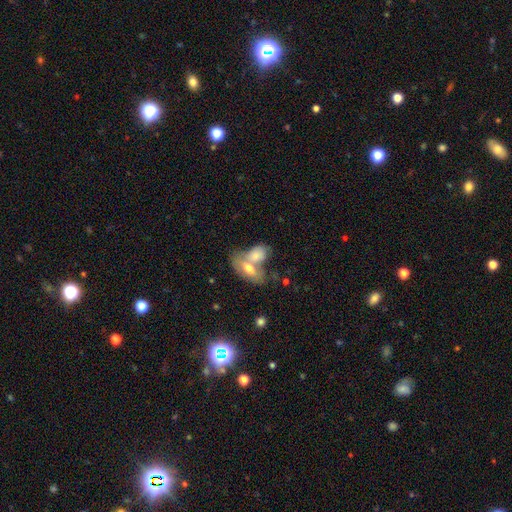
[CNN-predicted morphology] smooth_or_featured: smooth (p=0.68) [alt: featured or disk p=0.26]
how_rounded: in between (p=0.86) [alt: round p=0.09]
merging: merger (p=0.69) [alt: none p=0.19]